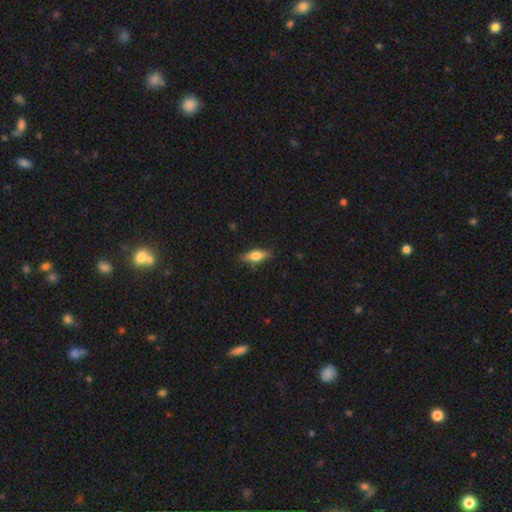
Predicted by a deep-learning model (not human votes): Smooth or featured?
  - smooth: 55% *
  - featured or disk: 37%
  - star or artifact: 8%
How rounded?
  - in between: 59% *
  - cigar-shaped: 37%
  - round: 4%
Merging?
  - none: 83% *
  - minor disturbance: 13%
  - major disturbance: 3%
  - merger: 1%